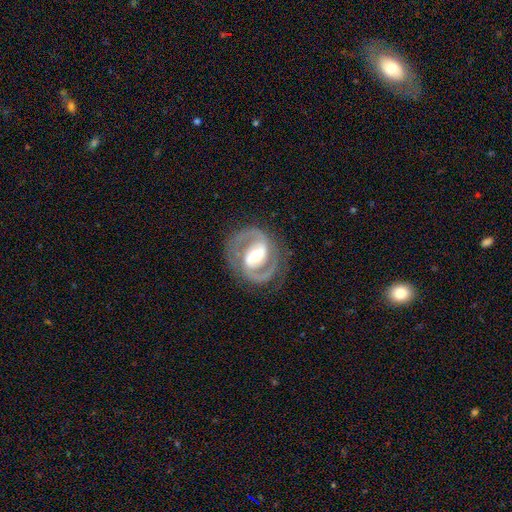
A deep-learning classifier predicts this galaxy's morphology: A featured or disk galaxy (89%) with a strong bar (45%), 2 (92%) medium (53%) spiral arms (94%) and a moderate central bulge (67%). Merging: none (79%).